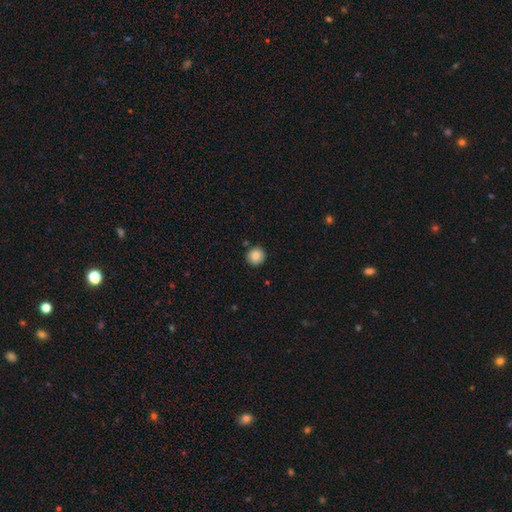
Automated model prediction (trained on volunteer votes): Overall: smooth (86%). How rounded: round (94%). Merging: none (89%).